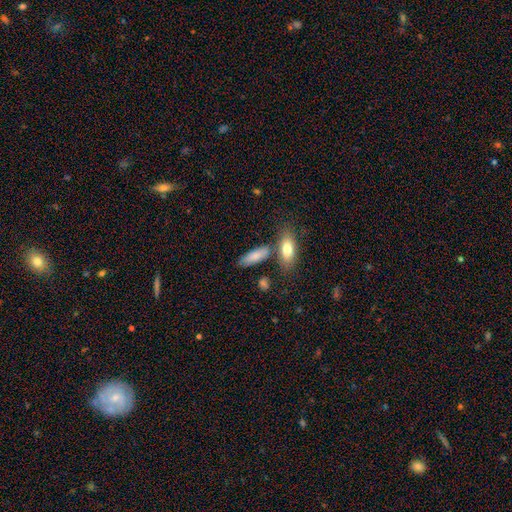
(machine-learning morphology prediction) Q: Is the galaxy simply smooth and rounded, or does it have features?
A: smooth — 80%.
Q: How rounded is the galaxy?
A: in between — 63%.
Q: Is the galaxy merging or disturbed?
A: none — 67%.